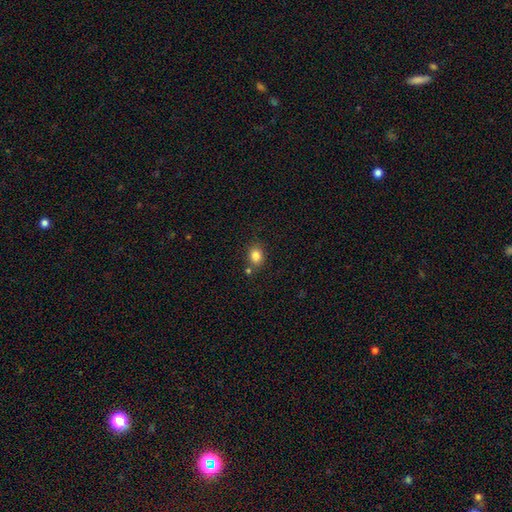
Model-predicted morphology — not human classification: A smooth galaxy with no disk features (84%) that is round (51%).

Vote fractions:
- Smooth or featured? smooth: 84% / star or artifact: 10% / featured or disk: 6%
- How rounded? round: 51% / in between: 48% / cigar-shaped: 1%
- Merging? none: 74% / minor disturbance: 12% / merger: 11% / major disturbance: 3%